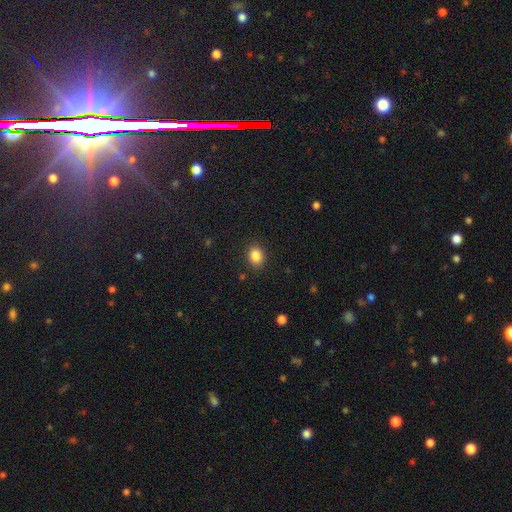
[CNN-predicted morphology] This appears to be a smooth galaxy with no disk features (86%) that is in between round and cigar-shaped (50%). Merging: none (87%).